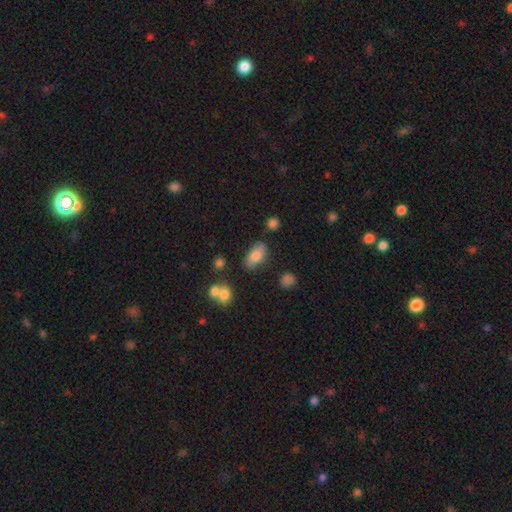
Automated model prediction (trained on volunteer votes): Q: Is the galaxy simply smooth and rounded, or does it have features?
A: smooth — 78%.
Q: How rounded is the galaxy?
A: in between — 90%.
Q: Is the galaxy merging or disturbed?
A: none — 70%.